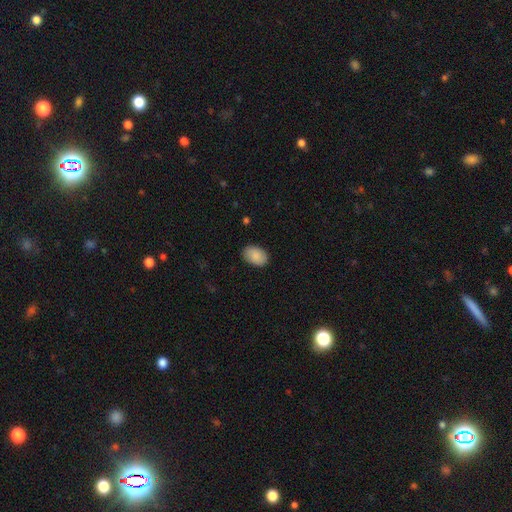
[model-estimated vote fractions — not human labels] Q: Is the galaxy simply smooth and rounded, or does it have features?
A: smooth — 89%.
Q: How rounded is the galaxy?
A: in between — 87%.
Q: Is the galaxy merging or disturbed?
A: none — 88%.